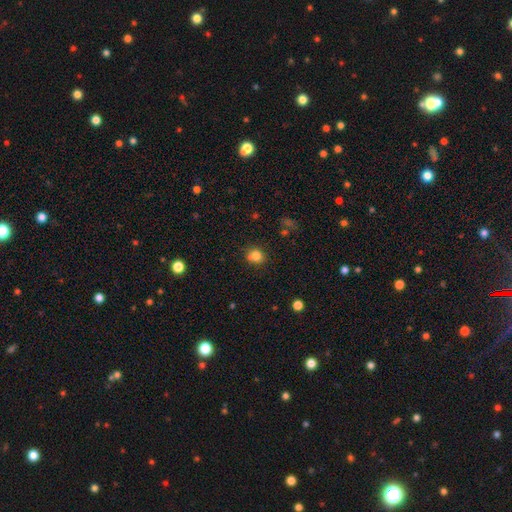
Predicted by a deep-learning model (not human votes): A smooth galaxy with no disk features (79%) that is round (79%).

Vote fractions:
- Smooth or featured? smooth: 79% / star or artifact: 13% / featured or disk: 8%
- How rounded? round: 79% / in between: 20% / cigar-shaped: 1%
- Merging? none: 65% / merger: 17% / minor disturbance: 14% / major disturbance: 4%